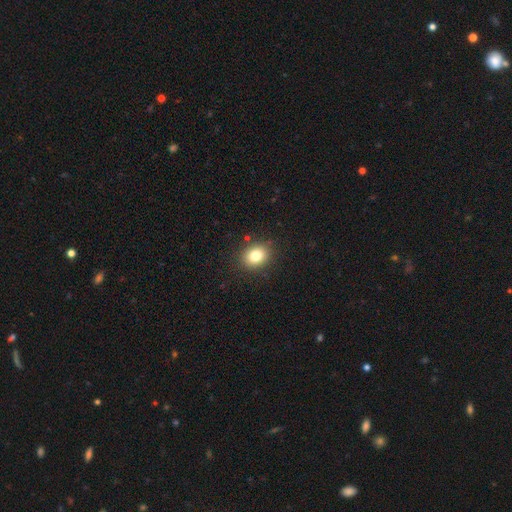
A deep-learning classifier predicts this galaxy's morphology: Smooth or featured? smooth (81%)
How rounded? round (52%)
Merging? none (87%)